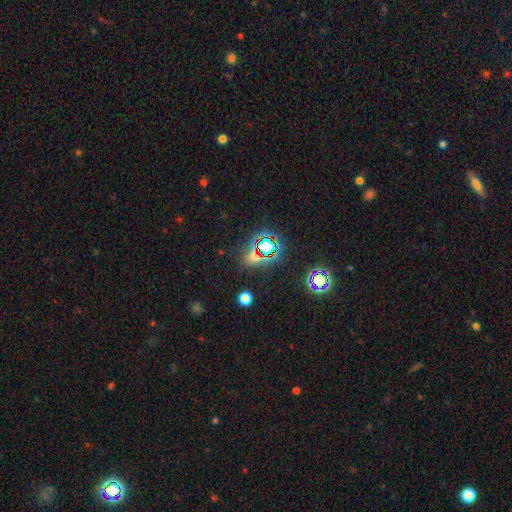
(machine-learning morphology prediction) The model was most divided on "smooth or featured": star or artifact: 59%, smooth: 31%, featured or disk: 10%.